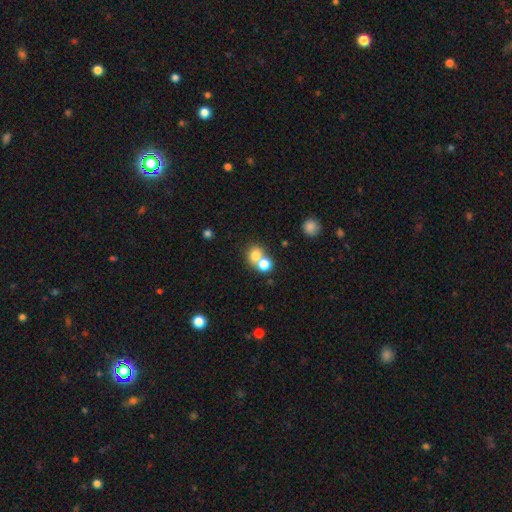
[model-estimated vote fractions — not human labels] smooth-or-featured: smooth: 76% | star or artifact: 13% | featured or disk: 11%
  how-rounded: round: 72% | in between: 27% | cigar-shaped: 1%
  merging: merger: 52% | none: 39% | minor disturbance: 6% | major disturbance: 3%